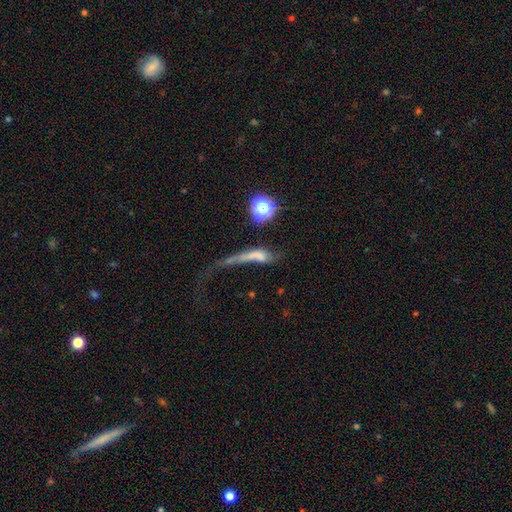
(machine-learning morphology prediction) Overall: smooth (45%; featured or disk 38%). Merging: major disturbance (48%; none 21%).